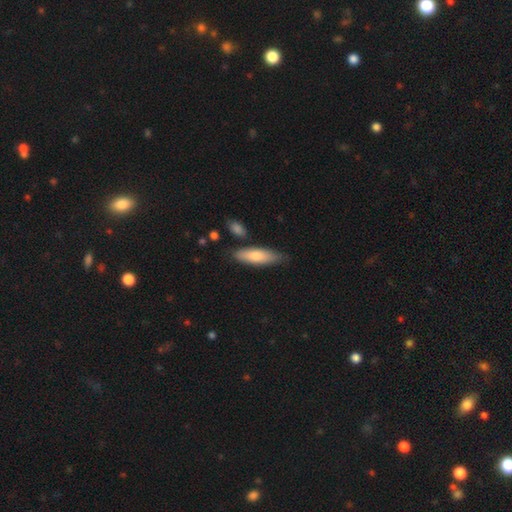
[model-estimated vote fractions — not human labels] Smooth or featured? Predicted: smooth (p=0.72). How rounded? Predicted: cigar-shaped (p=0.58). Merging? Predicted: none (p=0.79).